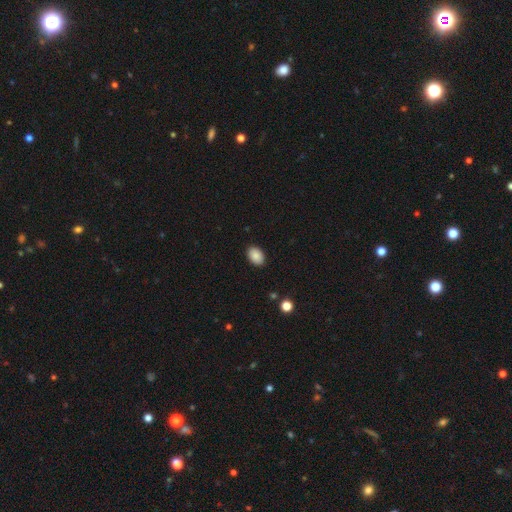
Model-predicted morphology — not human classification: smooth-or-featured: smooth: 89% | star or artifact: 8% | featured or disk: 3%
  how-rounded: in between: 83% | round: 16% | cigar-shaped: 1%
  merging: none: 90% | minor disturbance: 7% | major disturbance: 2% | merger: 1%